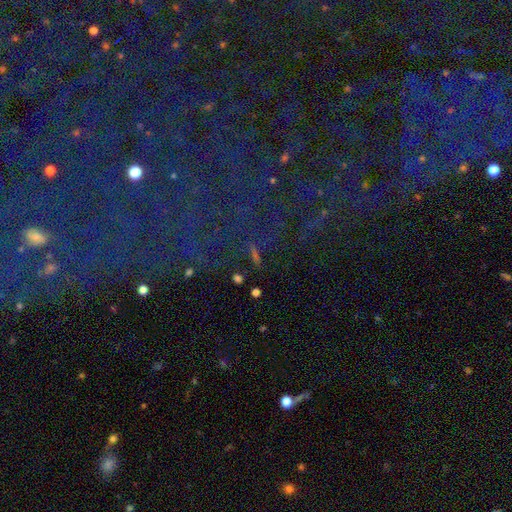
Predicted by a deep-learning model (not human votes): Q: Smooth or featured?
A: star or artifact (62%); runner-up: smooth (23%)